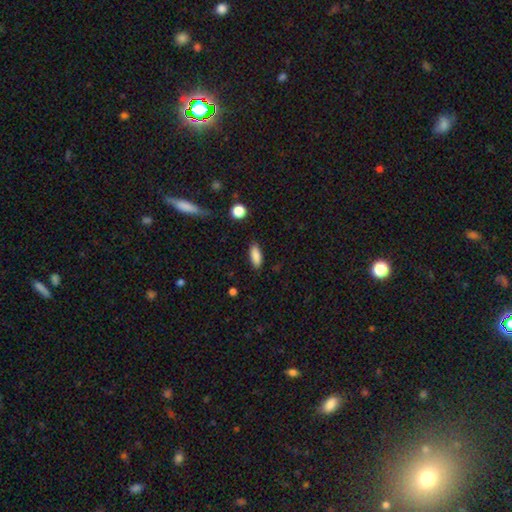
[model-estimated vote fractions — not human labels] A smooth galaxy with no disk features (87%) that is in between round and cigar-shaped (75%).

Vote fractions:
- Smooth or featured? smooth: 87% / star or artifact: 7% / featured or disk: 5%
- How rounded? in between: 75% / cigar-shaped: 23% / round: 2%
- Merging? none: 86% / minor disturbance: 10% / major disturbance: 2% / merger: 1%